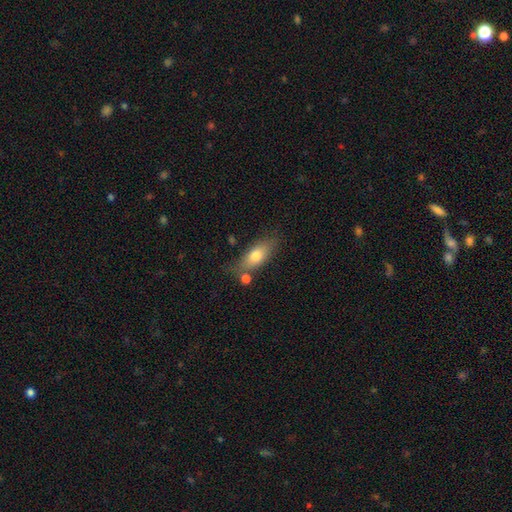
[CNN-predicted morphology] smooth_or_featured: smooth (p=0.73) [alt: featured or disk p=0.20]
how_rounded: in between (p=0.76) [alt: cigar-shaped p=0.19]
merging: none (p=0.68) [alt: minor disturbance p=0.17]